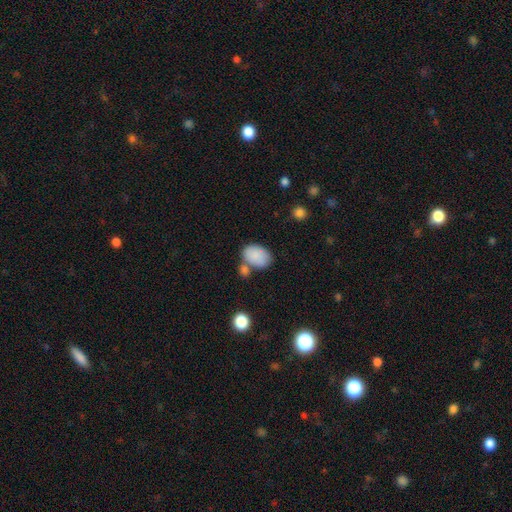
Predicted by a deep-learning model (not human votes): Overall: smooth (84%). How rounded: in between (85%). Merging: none (54%; merger 22%).